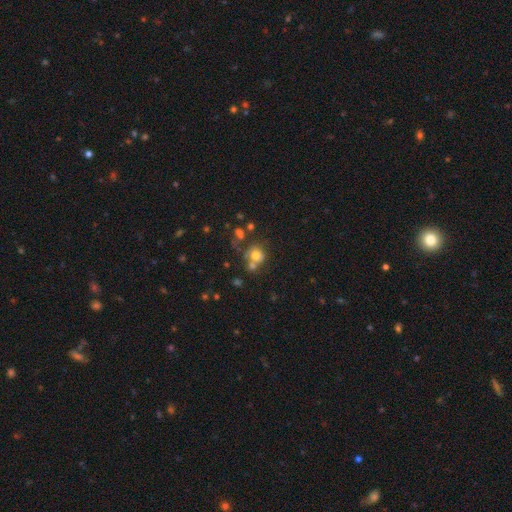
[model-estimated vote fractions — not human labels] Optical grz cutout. It shows a smooth galaxy with no disk features (70%) that is round (81%). Merging: none (47%).